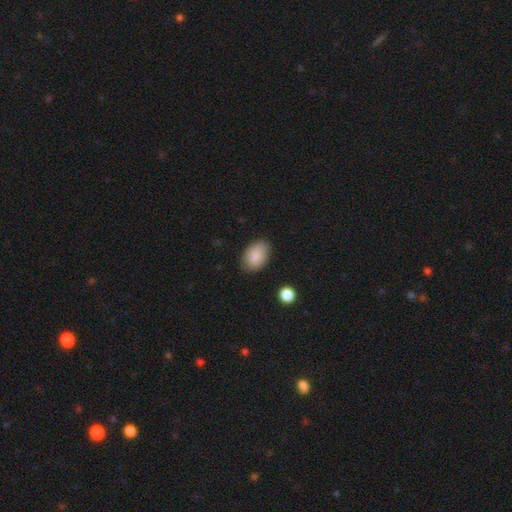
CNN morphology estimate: Smooth or featured? smooth (87%)
How rounded? in between (89%)
Merging? none (82%)